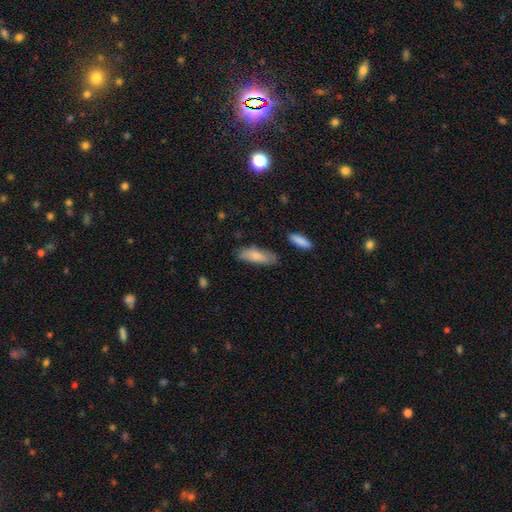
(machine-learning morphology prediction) Smooth or featured? Predicted: smooth (p=0.81). How rounded? Predicted: in between (p=0.60). Merging? Predicted: none (p=0.75).